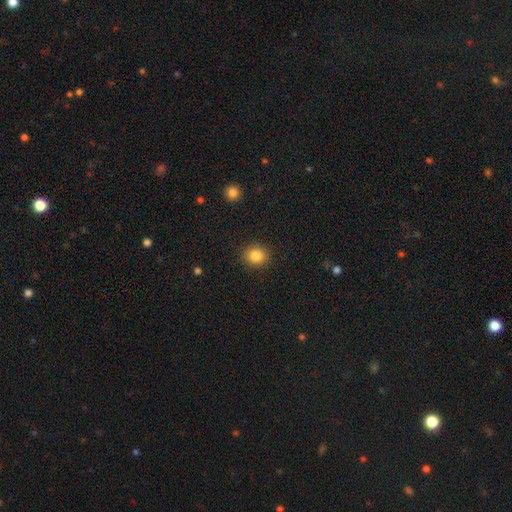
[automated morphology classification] Smooth or featured: smooth — 85% (star or artifact — 10%)
How rounded: round — 77% (in between — 23%)
Merging: none — 90% (minor disturbance — 7%)